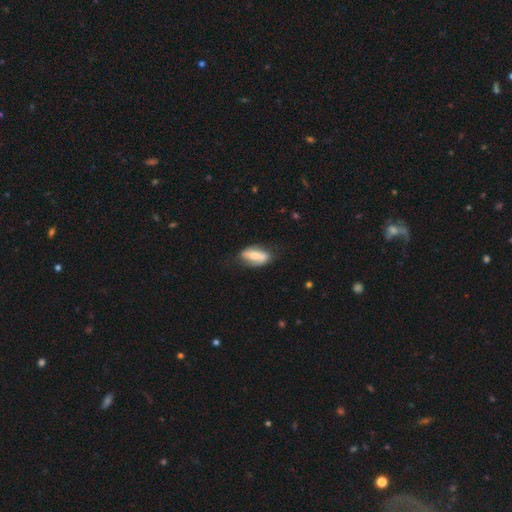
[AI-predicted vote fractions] Morphology: type=smooth (50%); merging=none (66%).